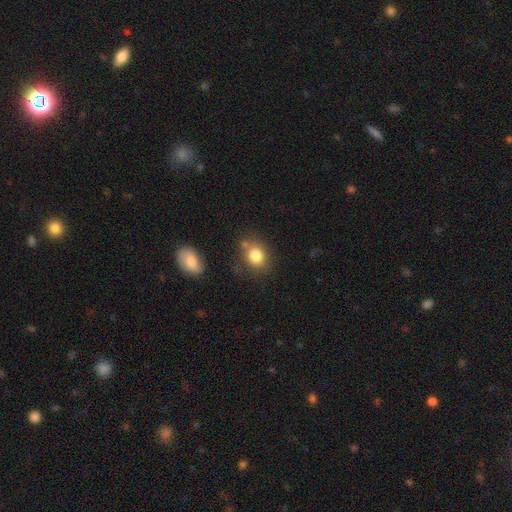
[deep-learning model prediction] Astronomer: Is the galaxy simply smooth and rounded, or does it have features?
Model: smooth — 82%.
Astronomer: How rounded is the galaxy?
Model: round — 60% (runner-up: in between, 39%).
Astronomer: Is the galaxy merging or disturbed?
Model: none — 66%.